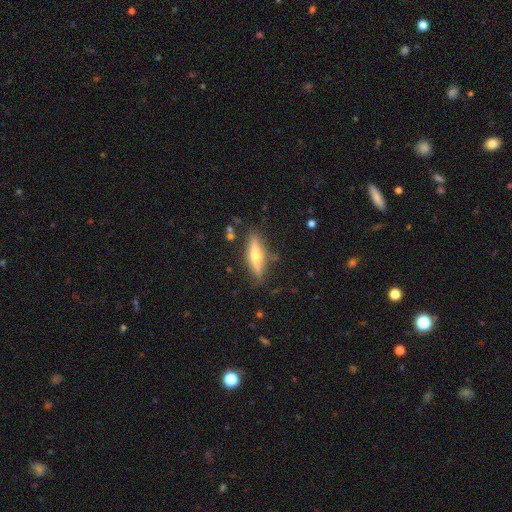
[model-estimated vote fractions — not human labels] Q: Smooth or featured?
A: featured or disk (64%); runner-up: smooth (29%)
Q: Edge-on disk?
A: yes (94%); runner-up: no (6%)
Q: Edge-on bulge?
A: rounded (90%); runner-up: none (6%)
Q: Merging?
A: none (83%); runner-up: minor disturbance (11%)